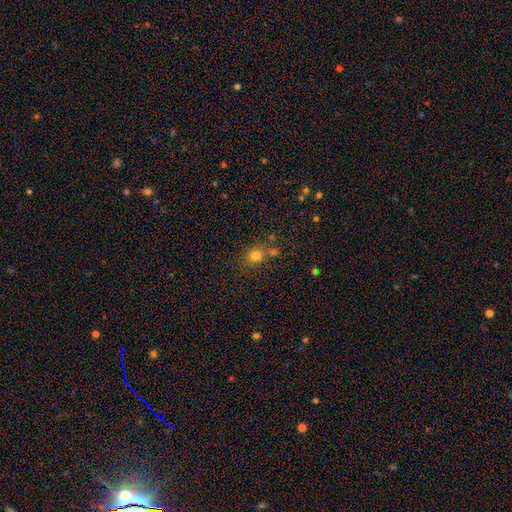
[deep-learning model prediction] Smooth or featured? smooth (77%)
How rounded? round (77%)
Merging? none (61%)